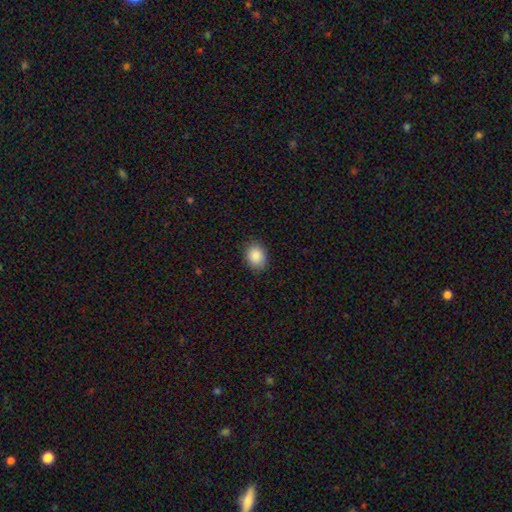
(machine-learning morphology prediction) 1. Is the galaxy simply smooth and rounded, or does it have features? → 89% smooth, 8% star or artifact, 3% featured or disk.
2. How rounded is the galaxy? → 56% in between, 43% round, 1% cigar-shaped.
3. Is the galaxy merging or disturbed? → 86% none, 11% minor disturbance, 2% major disturbance, 1% merger.